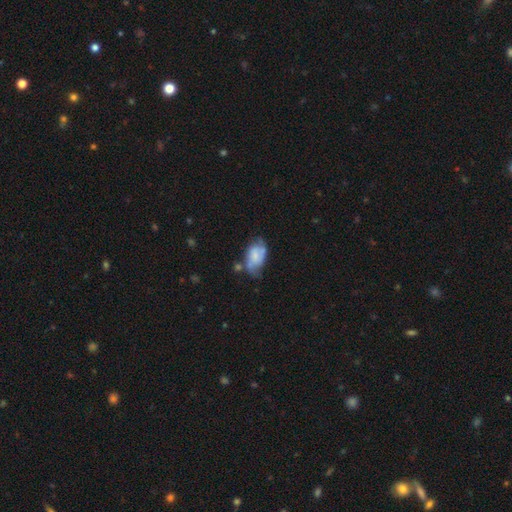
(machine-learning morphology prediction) This appears to be a smooth galaxy with no disk features (48%). Merging: none (34%).